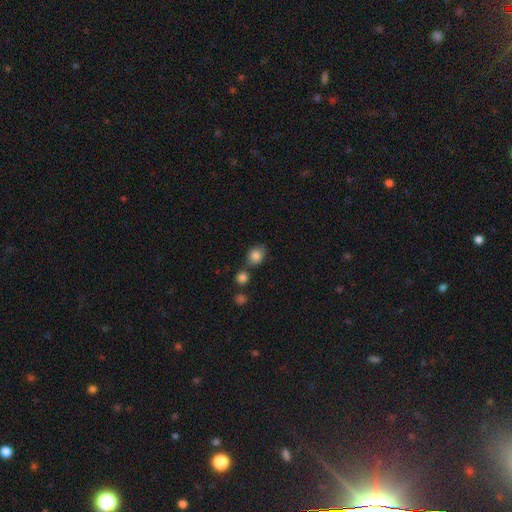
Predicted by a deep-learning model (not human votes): A smooth galaxy with no disk features (85%) that is in between round and cigar-shaped (51%). Merging: none (64%).